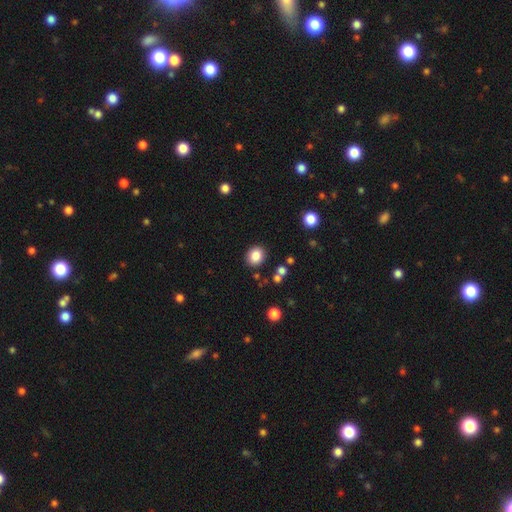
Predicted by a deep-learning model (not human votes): The model was most divided on "how rounded": round: 67%, in between: 32%, cigar-shaped: 1%. More confident: merging — none (88%); smooth or featured — smooth (84%).